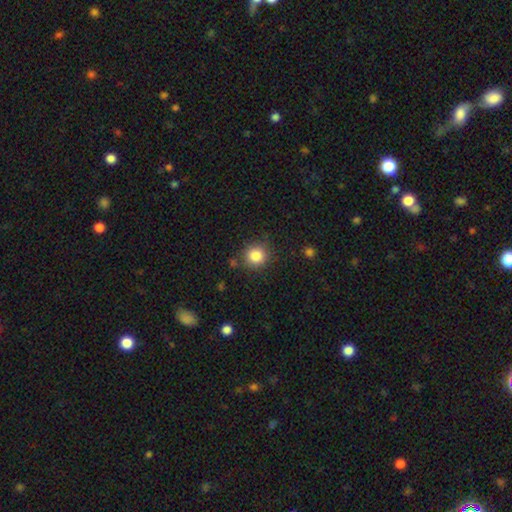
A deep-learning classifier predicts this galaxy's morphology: This is clearly a smooth galaxy (85%). How rounded: clearly round (88%). Merging: clearly none (84%).